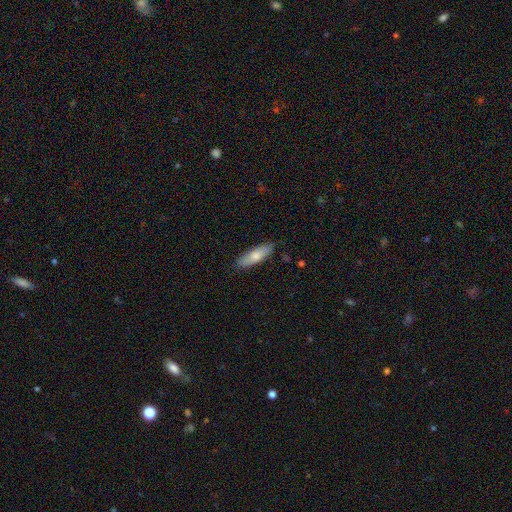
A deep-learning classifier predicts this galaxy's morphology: smooth_or_featured: smooth (p=0.72) [alt: featured or disk p=0.22]
how_rounded: cigar-shaped (p=0.54) [alt: in between p=0.44]
merging: none (p=0.85) [alt: minor disturbance p=0.11]